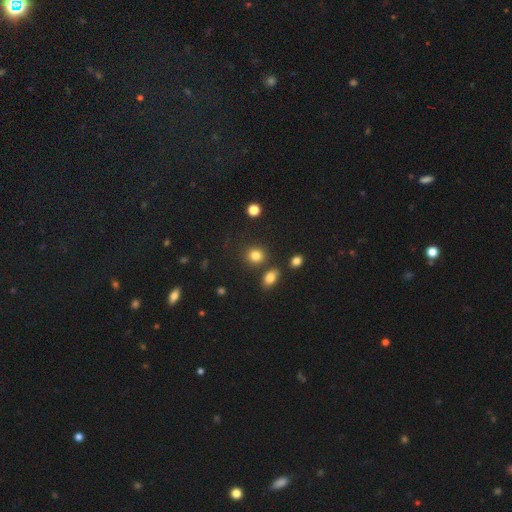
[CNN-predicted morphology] Smooth or featured?
  - smooth: 82% *
  - star or artifact: 11%
  - featured or disk: 6%
How rounded?
  - round: 75% *
  - in between: 23%
  - cigar-shaped: 1%
Merging?
  - none: 78% *
  - minor disturbance: 9%
  - merger: 9%
  - major disturbance: 3%